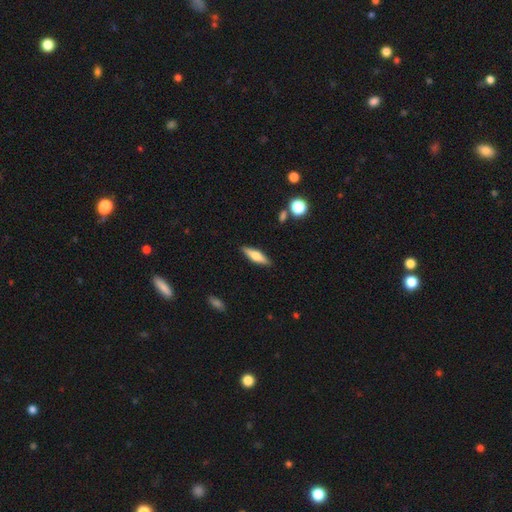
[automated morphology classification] Smooth or featured? smooth (53%)
How rounded? cigar-shaped (61%)
Merging? none (88%)